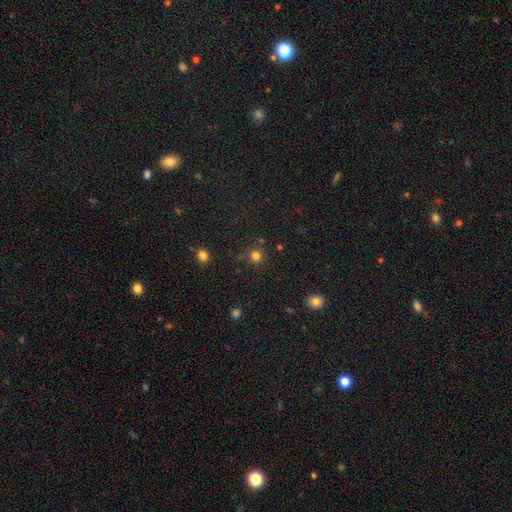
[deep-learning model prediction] The model was most divided on "smooth or featured": smooth: 78%, star or artifact: 17%, featured or disk: 5%. More confident: how rounded — round (94%); merging — none (84%).